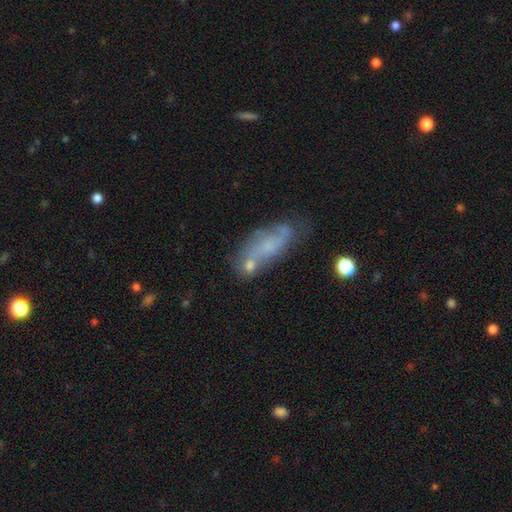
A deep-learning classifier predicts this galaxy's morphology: Smooth or featured? Predicted: featured or disk (p=0.45). Merging? Predicted: none (p=0.44).